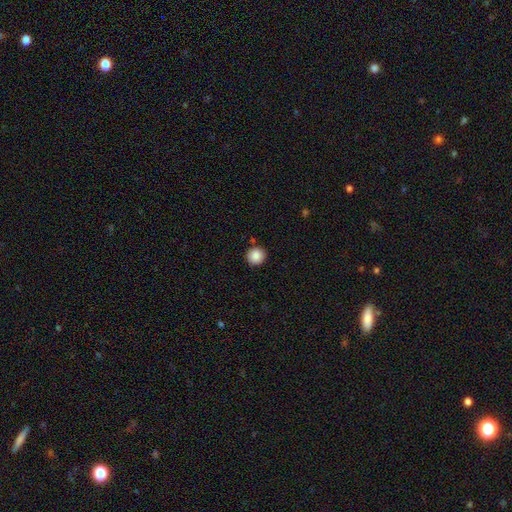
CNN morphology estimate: Smooth or featured?
  - smooth: 88% *
  - star or artifact: 9%
  - featured or disk: 3%
How rounded?
  - round: 94% *
  - in between: 6%
  - cigar-shaped: 1%
Merging?
  - none: 90% *
  - minor disturbance: 6%
  - merger: 2%
  - major disturbance: 2%